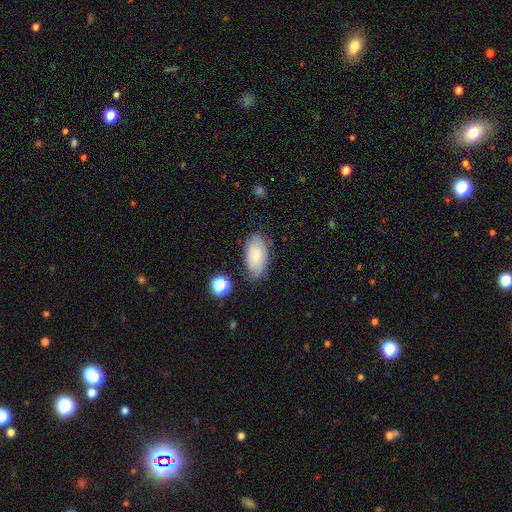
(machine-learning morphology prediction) This is likely a smooth galaxy (69%). How rounded: clearly in between (94%). Merging: likely none (71%).